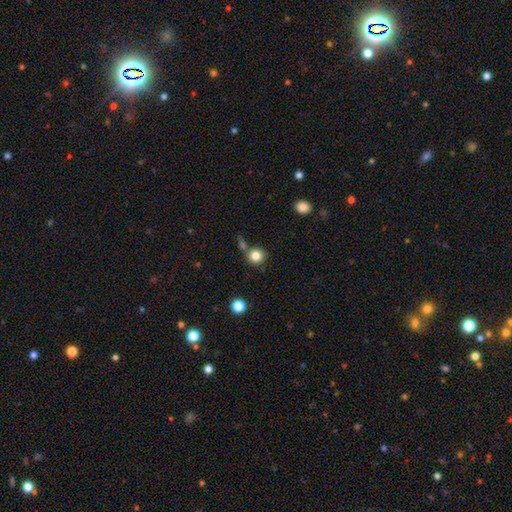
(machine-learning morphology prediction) This is clearly a smooth galaxy (83%). How rounded: clearly round (90%). Merging: likely none (70%).